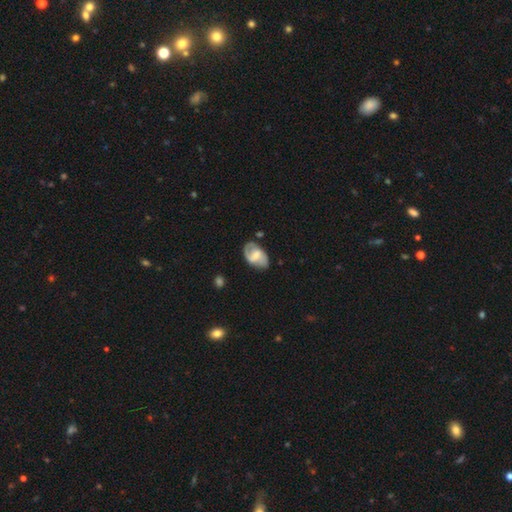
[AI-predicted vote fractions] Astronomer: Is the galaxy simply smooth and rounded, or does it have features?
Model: featured or disk — 62%.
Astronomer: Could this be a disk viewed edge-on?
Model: no — 97%.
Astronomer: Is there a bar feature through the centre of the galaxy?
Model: weak — 47% (runner-up: no, 34%).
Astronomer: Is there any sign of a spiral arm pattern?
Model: yes — 84%.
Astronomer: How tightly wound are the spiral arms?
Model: medium — 45% (runner-up: loose, 30%).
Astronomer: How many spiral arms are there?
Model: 2 — 73%.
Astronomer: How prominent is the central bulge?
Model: moderate — 31% (runner-up: none, 27%).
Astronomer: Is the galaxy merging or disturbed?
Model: none — 61%.